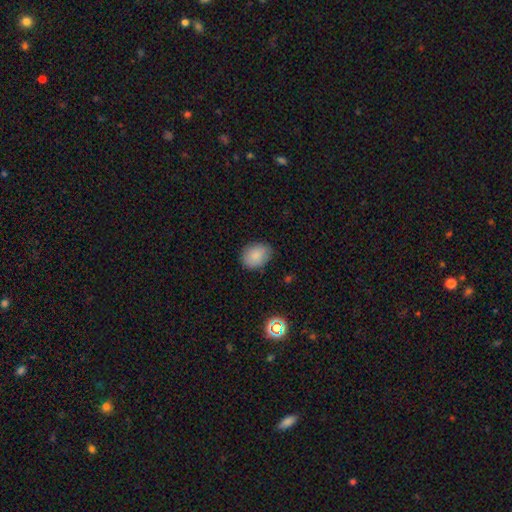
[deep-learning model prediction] Smooth or featured?
  - smooth: 85% *
  - star or artifact: 9%
  - featured or disk: 6%
How rounded?
  - in between: 65% *
  - round: 34%
  - cigar-shaped: 1%
Merging?
  - none: 81% *
  - minor disturbance: 15%
  - major disturbance: 3%
  - merger: 1%